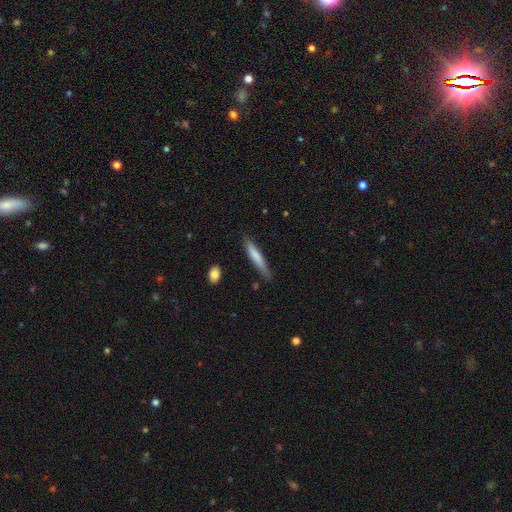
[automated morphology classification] Q: Smooth or featured?
A: smooth (73%); runner-up: featured or disk (22%)
Q: How rounded?
A: cigar-shaped (92%); runner-up: in between (7%)
Q: Merging?
A: none (77%); runner-up: minor disturbance (18%)